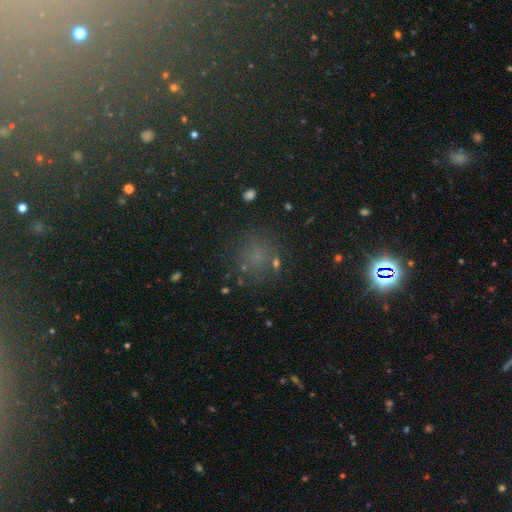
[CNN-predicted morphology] smooth_or_featured: smooth (p=0.64) [alt: star or artifact p=0.24]
how_rounded: round (p=0.87) [alt: in between p=0.12]
merging: none (p=0.73) [alt: minor disturbance p=0.14]